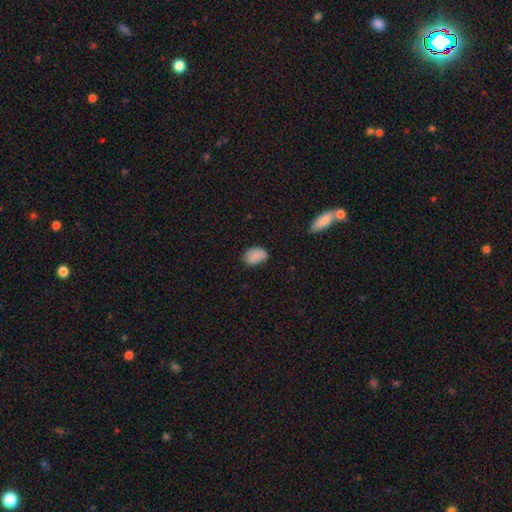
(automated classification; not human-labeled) Q: Smooth or featured?
A: smooth (86%); runner-up: star or artifact (8%)
Q: How rounded?
A: in between (86%); runner-up: round (12%)
Q: Merging?
A: none (70%); runner-up: minor disturbance (24%)